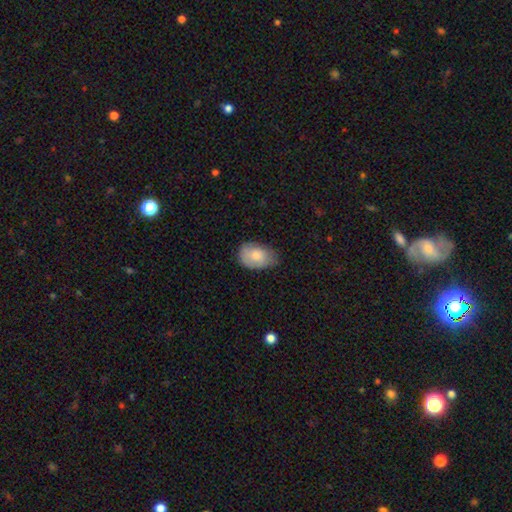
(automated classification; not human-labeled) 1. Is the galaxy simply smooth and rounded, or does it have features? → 77% smooth, 17% featured or disk, 6% star or artifact.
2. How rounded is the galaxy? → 86% in between, 13% round, 1% cigar-shaped.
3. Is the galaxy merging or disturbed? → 58% none, 35% minor disturbance, 7% major disturbance, 1% merger.